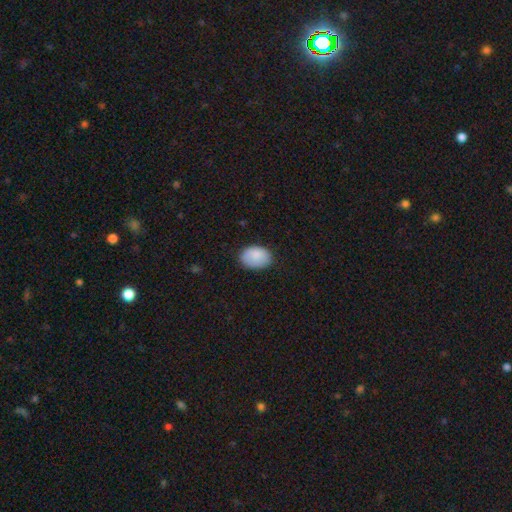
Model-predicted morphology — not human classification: A smooth galaxy with no disk features (87%) that is in between round and cigar-shaped (79%). Merging: none (78%).